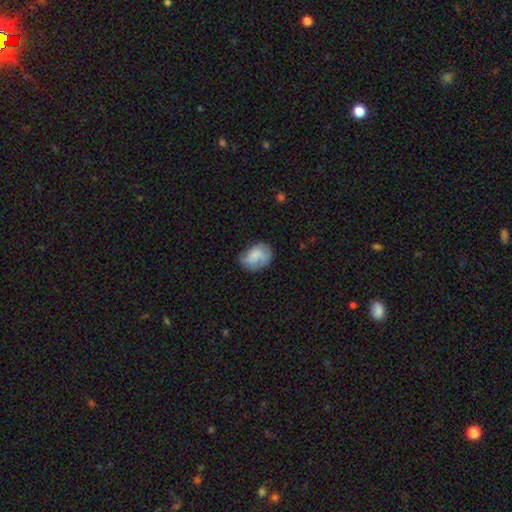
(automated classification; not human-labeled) Smooth or featured? smooth (62%)
How rounded? in between (65%)
Merging? none (59%)